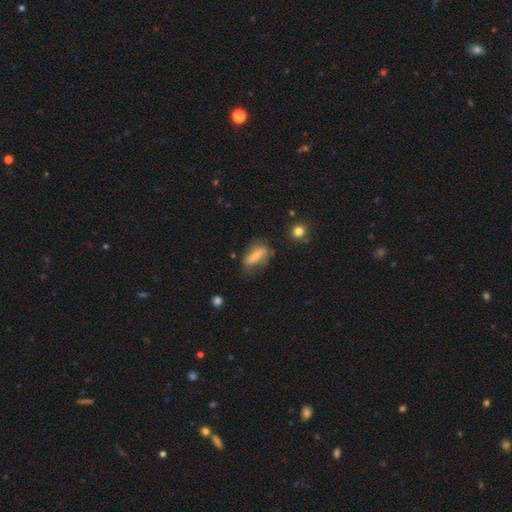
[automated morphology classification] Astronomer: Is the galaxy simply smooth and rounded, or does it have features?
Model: smooth — 66%.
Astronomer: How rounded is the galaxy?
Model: in between — 65%.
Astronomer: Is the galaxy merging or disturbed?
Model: none — 57%.